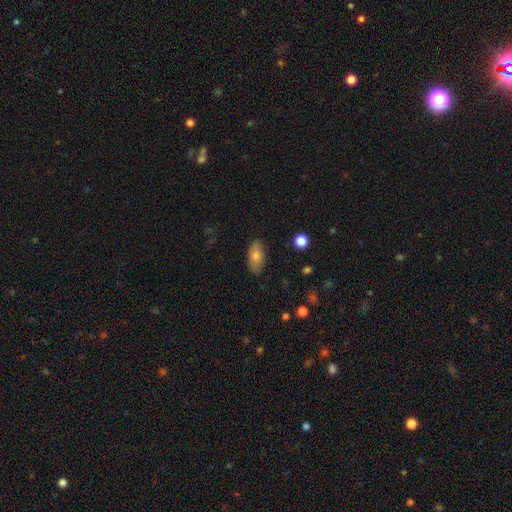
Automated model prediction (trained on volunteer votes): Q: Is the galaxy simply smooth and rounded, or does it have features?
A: smooth — 75%.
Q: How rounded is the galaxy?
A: in between — 89%.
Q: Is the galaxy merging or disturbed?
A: none — 86%.